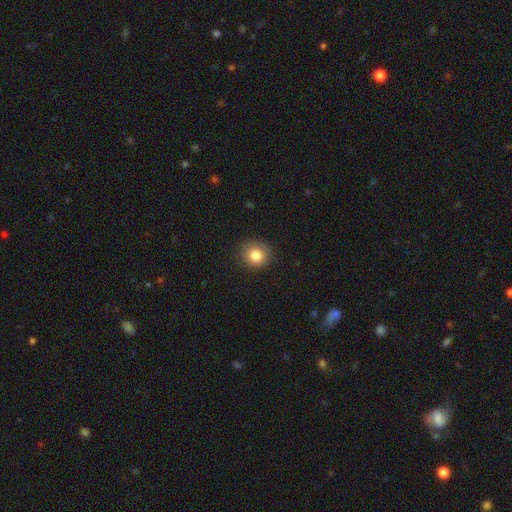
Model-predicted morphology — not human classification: type=smooth (83%); roundness=round (87%); merging=none (86%).